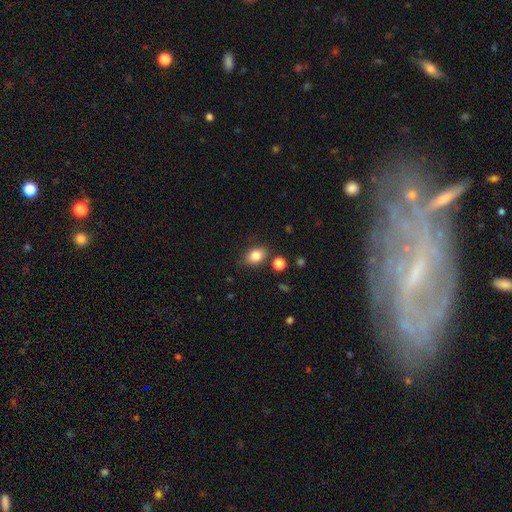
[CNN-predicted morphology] smooth 82%, star or artifact 10%, featured or disk 8%. Down the decision tree: how rounded — in between (72%); merging — none (79%).